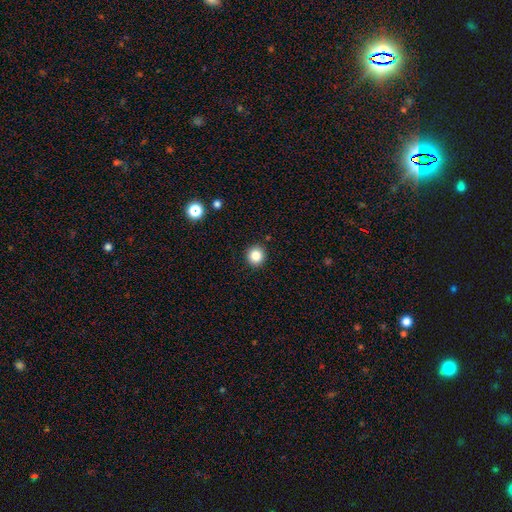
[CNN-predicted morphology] The model was most divided on "smooth or featured": smooth: 84%, star or artifact: 11%, featured or disk: 5%. More confident: how rounded — round (93%); merging — none (92%).